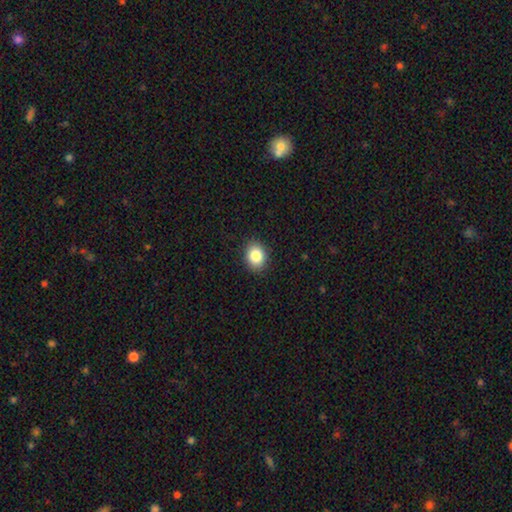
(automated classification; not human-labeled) Morphology: type=smooth (85%); roundness=round (53%); merging=none (89%).